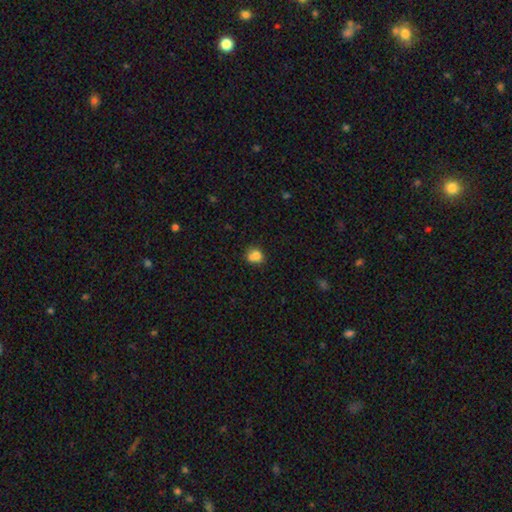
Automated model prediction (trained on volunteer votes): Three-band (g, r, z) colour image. It shows a smooth galaxy with no disk features (74%) that is round (67%). Merging: none (40%, tied with merger).